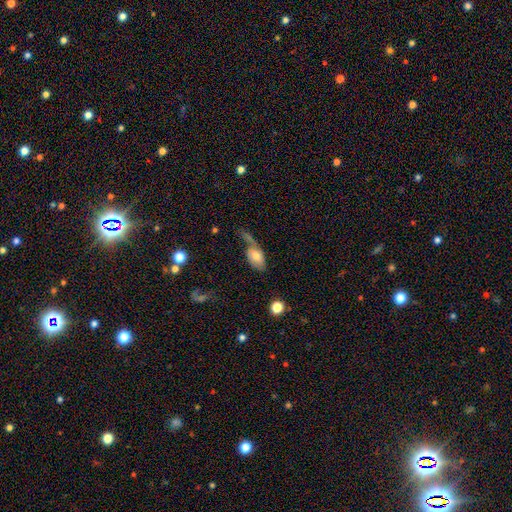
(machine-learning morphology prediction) This is possibly a smooth galaxy (57%). How rounded: clearly in between (90%). Merging: marginally major disturbance (34%).